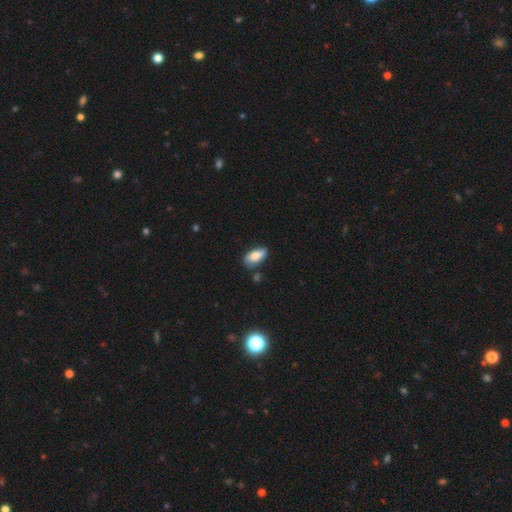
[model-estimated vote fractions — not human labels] This is clearly a smooth galaxy (81%). How rounded: clearly in between (89%). Merging: likely none (65%).